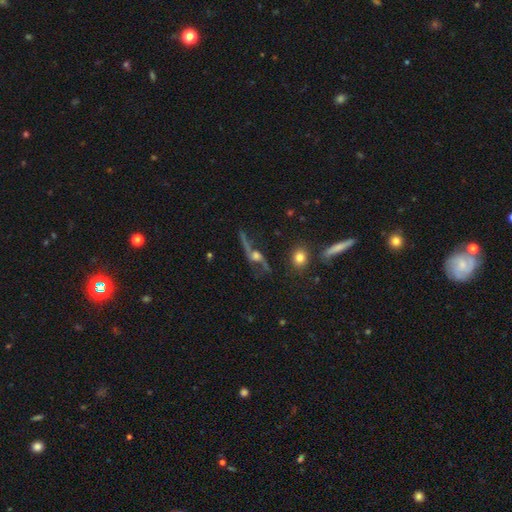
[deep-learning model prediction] smooth_or_featured: featured or disk (p=0.75) [alt: smooth p=0.13]
disk_edge_on: no (p=0.70) [alt: yes p=0.30]
bar: no (p=0.61) [alt: weak p=0.26]
has_spiral_arms: yes (p=0.83) [alt: no p=0.17]
bulge_size: moderate (p=0.42) [alt: small p=0.26]
merging: none (p=0.49) [alt: major disturbance p=0.26]